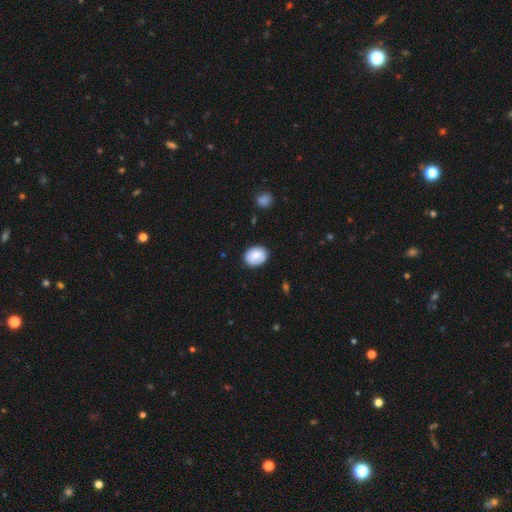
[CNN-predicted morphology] smooth_or_featured: smooth (p=0.78) [alt: featured or disk p=0.15]
how_rounded: in between (p=0.52) [alt: round p=0.47]
merging: none (p=0.84) [alt: minor disturbance p=0.12]